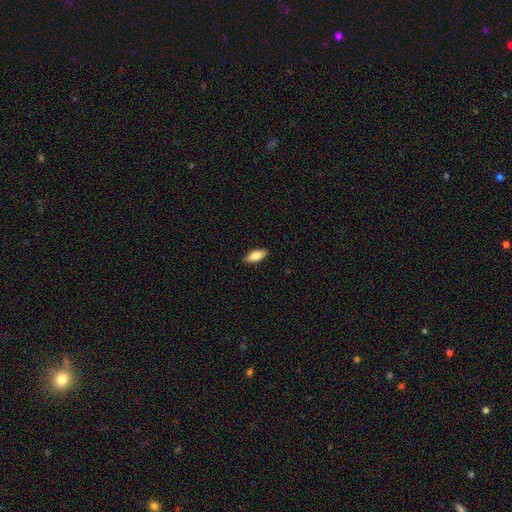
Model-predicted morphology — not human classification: smooth 79%, featured or disk 15%, star or artifact 6%. Down the decision tree: how rounded — in between (84%); merging — none (89%).